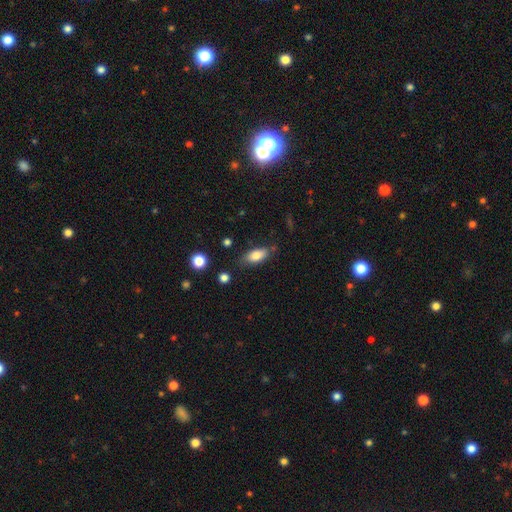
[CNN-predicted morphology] Q: Smooth or featured?
A: smooth (81%); runner-up: featured or disk (12%)
Q: How rounded?
A: in between (86%); runner-up: cigar-shaped (11%)
Q: Merging?
A: none (75%); runner-up: minor disturbance (18%)